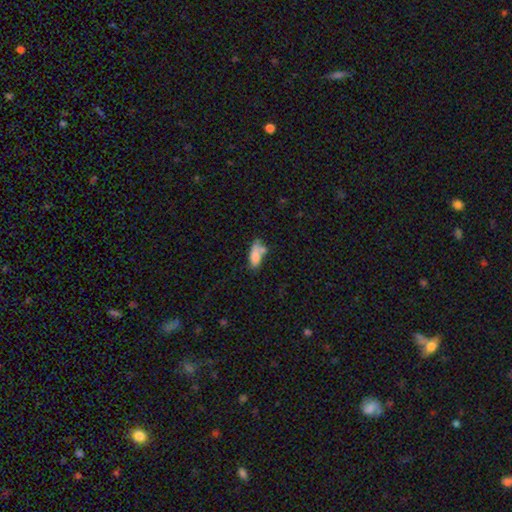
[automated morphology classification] This appears to be a smooth galaxy with no disk features (75%) that is in between round and cigar-shaped (74%). Merging: none (35%).